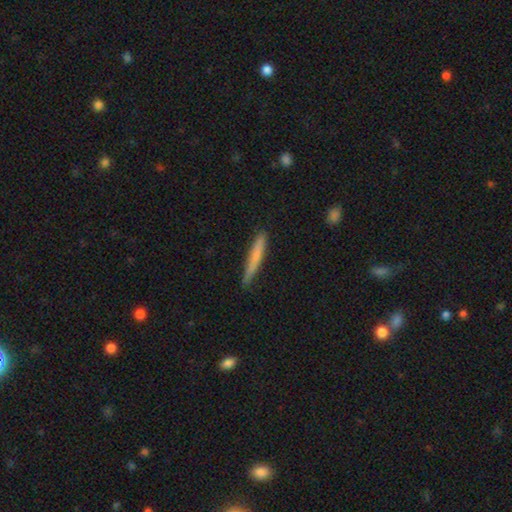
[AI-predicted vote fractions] Overall: smooth (71%). How rounded: cigar-shaped (95%). Merging: none (82%).